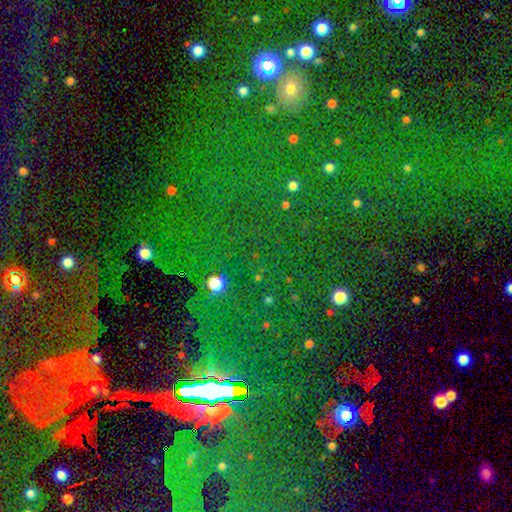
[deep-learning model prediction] Q: Smooth or featured?
A: star or artifact (69%); runner-up: smooth (23%)